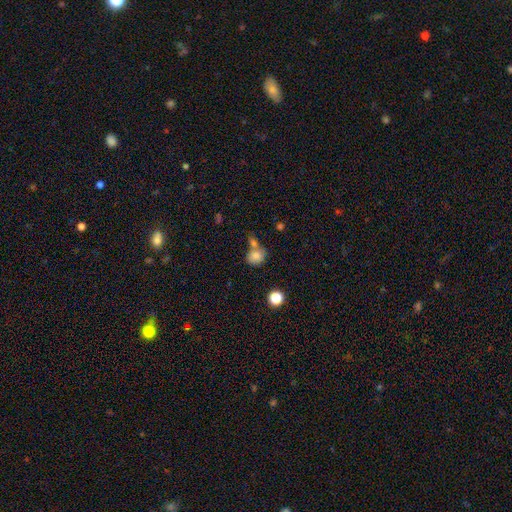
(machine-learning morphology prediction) Smooth or featured? Predicted: smooth (p=0.82). How rounded? Predicted: round (p=0.64). Merging? Predicted: none (p=0.48).